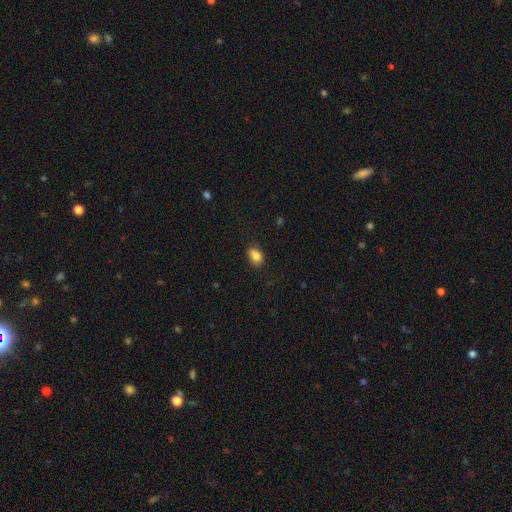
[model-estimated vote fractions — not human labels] This is clearly a smooth galaxy (84%). How rounded: likely in between (77%). Merging: likely none (73%).